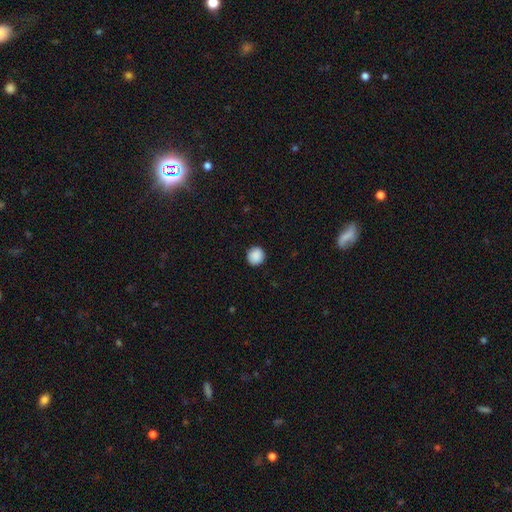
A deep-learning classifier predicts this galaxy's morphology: Overall: smooth (89%). How rounded: round (93%). Merging: none (91%).